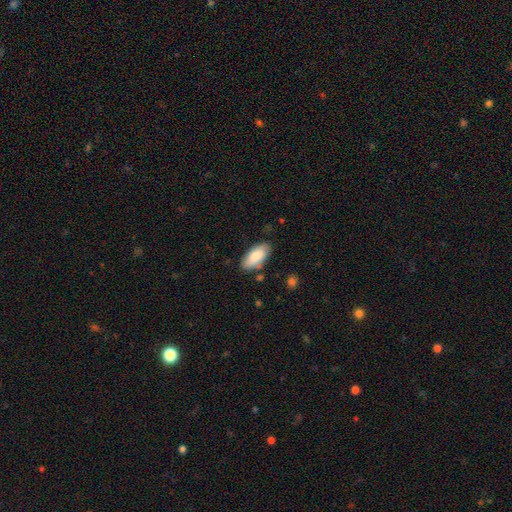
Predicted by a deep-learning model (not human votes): Smooth or featured? smooth (83%)
How rounded? in between (90%)
Merging? none (80%)